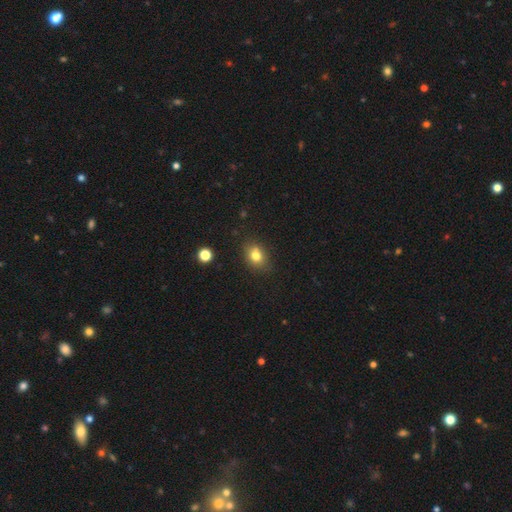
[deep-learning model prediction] Smooth or featured? smooth (78%)
How rounded? in between (57%)
Merging? none (77%)